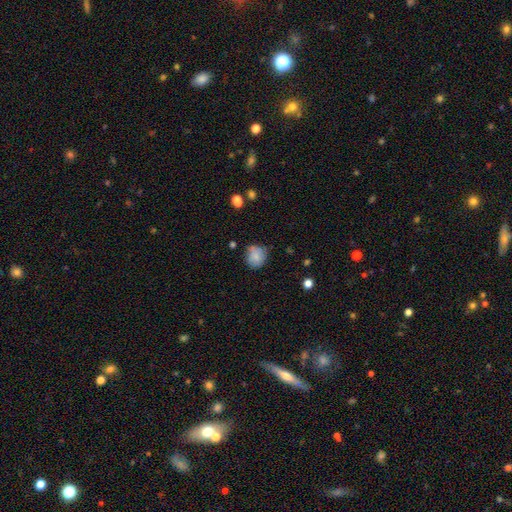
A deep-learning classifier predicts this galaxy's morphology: Smooth or featured: smooth — 76% (featured or disk — 15%)
How rounded: round — 76% (in between — 23%)
Merging: none — 63% (minor disturbance — 27%)